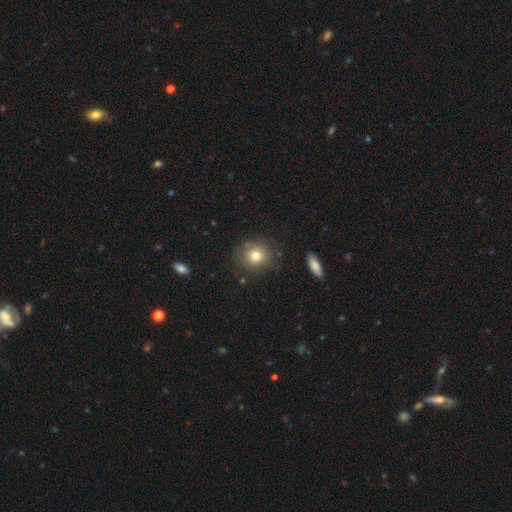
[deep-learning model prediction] Smooth or featured? Predicted: smooth (p=0.77). How rounded? Predicted: round (p=0.84). Merging? Predicted: none (p=0.81).